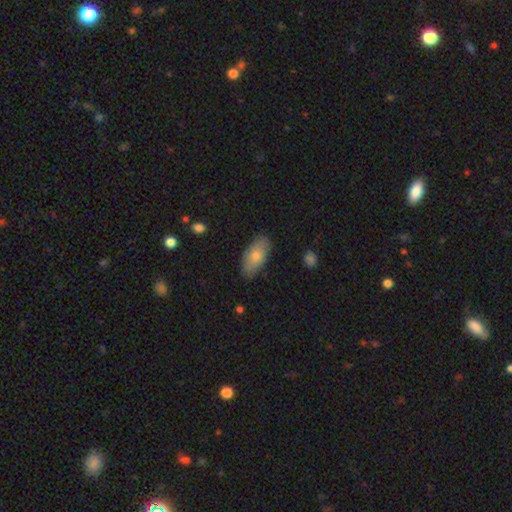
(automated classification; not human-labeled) Smooth or featured? Predicted: smooth (p=0.72). How rounded? Predicted: in between (p=0.89). Merging? Predicted: none (p=0.85).